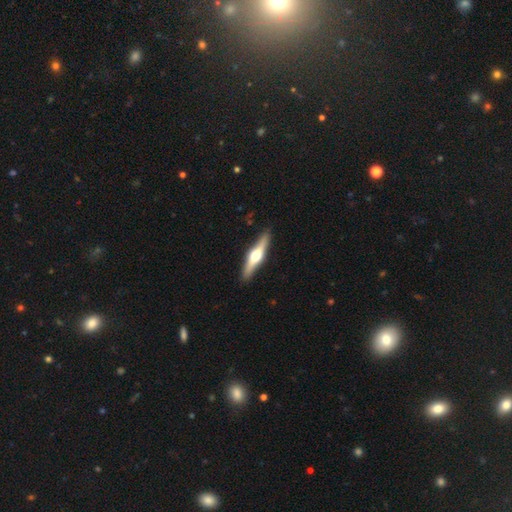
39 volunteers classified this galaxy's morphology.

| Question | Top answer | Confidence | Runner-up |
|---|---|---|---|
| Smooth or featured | featured or disk | 85% | smooth (13%) |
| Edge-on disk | yes | 100% | — |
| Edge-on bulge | rounded | 100% | — |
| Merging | none | 87% | minor disturbance (8%) |